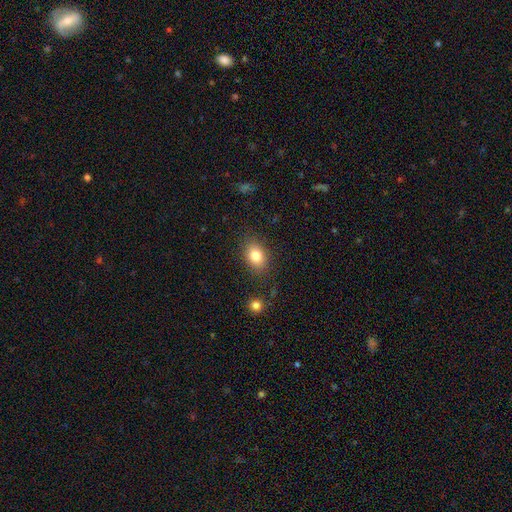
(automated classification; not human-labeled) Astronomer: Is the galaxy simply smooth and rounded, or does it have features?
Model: smooth — 81%.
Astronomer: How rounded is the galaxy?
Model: in between — 73%.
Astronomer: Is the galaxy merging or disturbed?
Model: none — 83%.